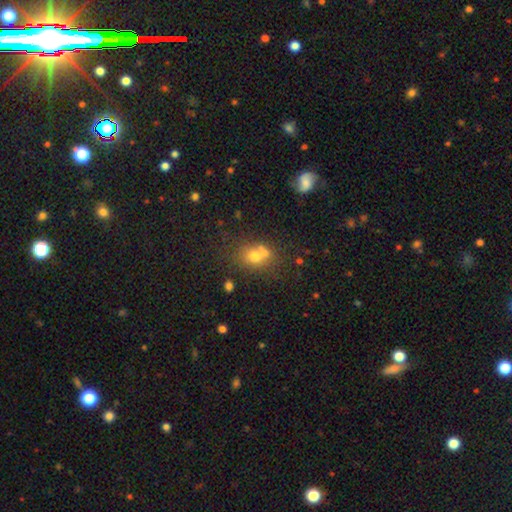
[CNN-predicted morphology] Q: Smooth or featured?
A: smooth (65%); runner-up: star or artifact (17%)
Q: How rounded?
A: round (64%); runner-up: in between (35%)
Q: Merging?
A: none (46%); runner-up: merger (37%)